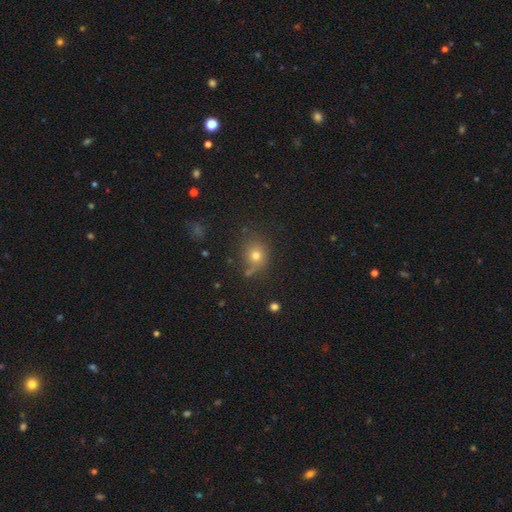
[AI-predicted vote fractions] Q: Smooth or featured?
A: smooth (72%); runner-up: star or artifact (18%)
Q: How rounded?
A: round (70%); runner-up: in between (29%)
Q: Merging?
A: none (72%); runner-up: minor disturbance (16%)